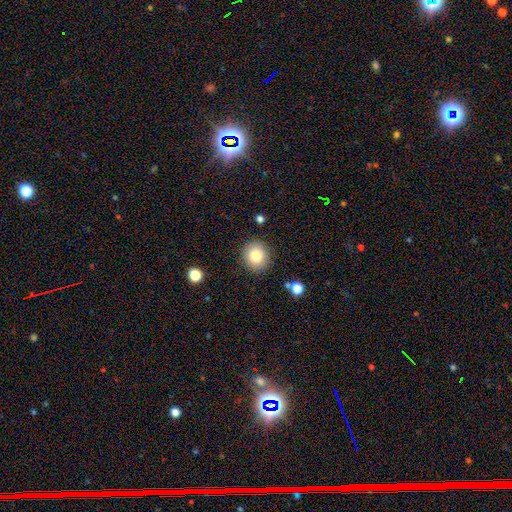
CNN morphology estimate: type=smooth (83%); roundness=round (87%); merging=none (88%).